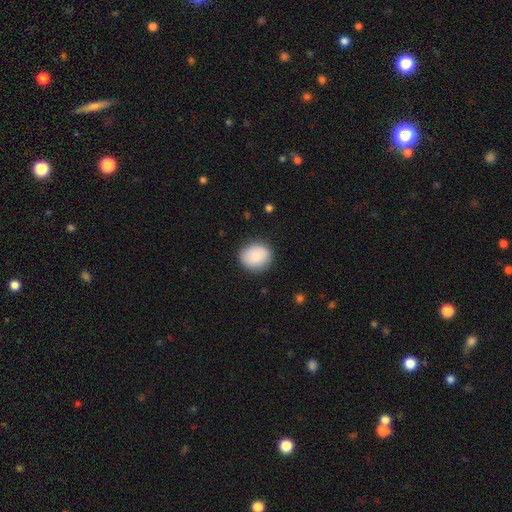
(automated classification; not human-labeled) This appears to be a smooth galaxy with no disk features (84%) that is round (73%). Merging: none (86%).